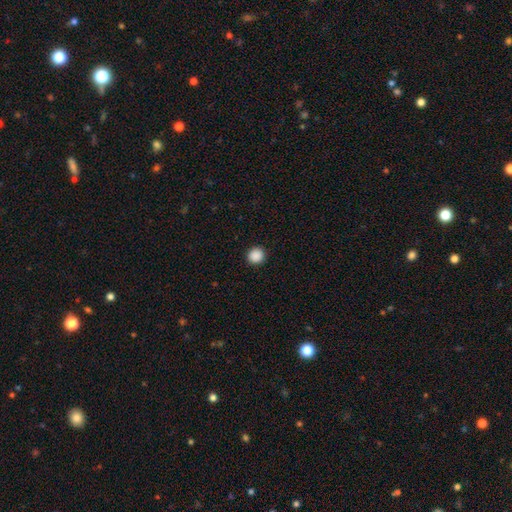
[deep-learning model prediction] A smooth galaxy with no disk features (89%) that is round (93%). Merging: none (93%).